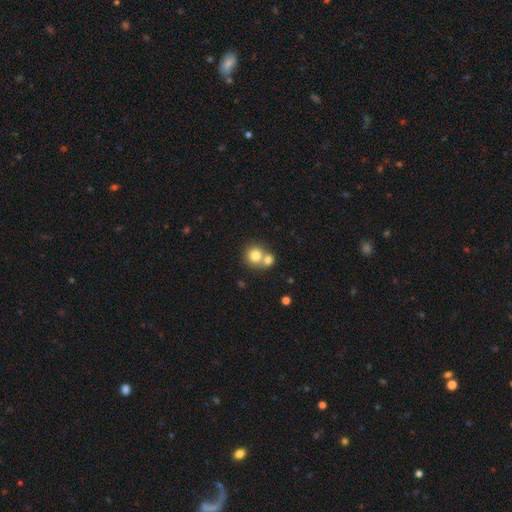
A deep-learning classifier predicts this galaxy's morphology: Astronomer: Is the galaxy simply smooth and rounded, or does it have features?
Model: smooth — 78%.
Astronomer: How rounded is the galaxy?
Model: round — 85%.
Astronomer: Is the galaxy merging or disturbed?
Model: merger — 52% (runner-up: none, 40%).